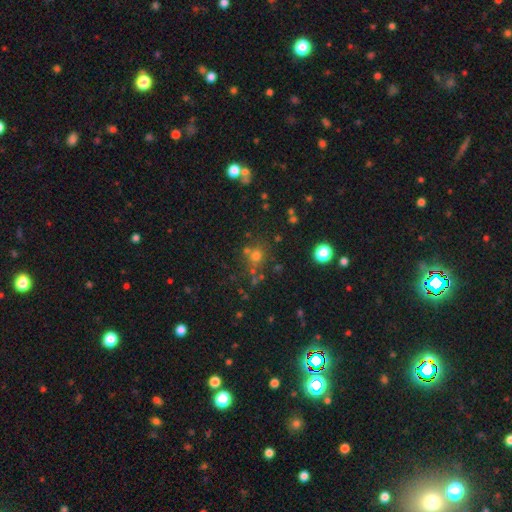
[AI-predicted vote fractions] Q: Smooth or featured?
A: smooth (61%); runner-up: star or artifact (28%)
Q: How rounded?
A: round (83%); runner-up: in between (16%)
Q: Merging?
A: none (66%); runner-up: merger (17%)